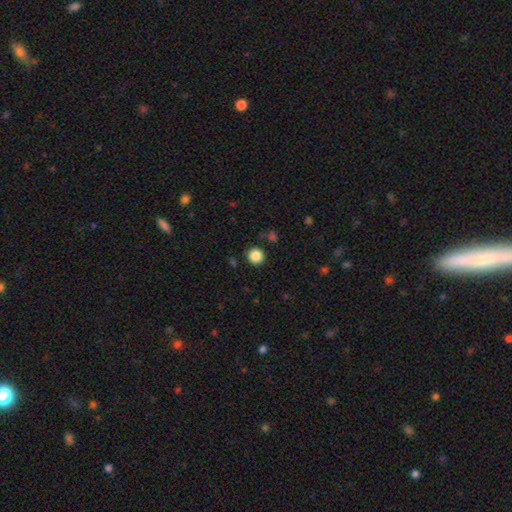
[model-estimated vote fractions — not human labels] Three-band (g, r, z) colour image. It shows a smooth galaxy with no disk features (87%) that is round (93%). Merging: none (89%).